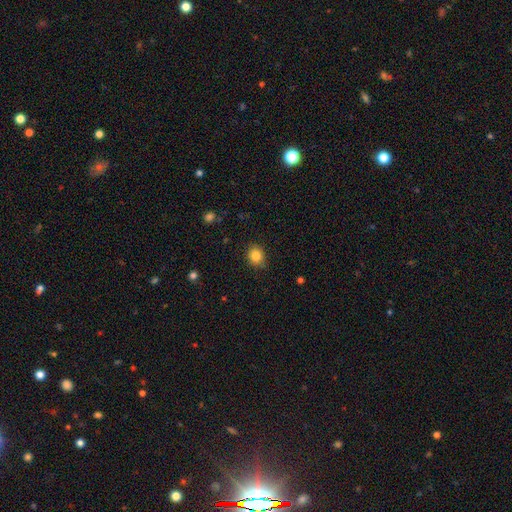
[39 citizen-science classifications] smooth-or-featured: smooth: 87% | star or artifact: 8% | featured or disk: 5%
  how-rounded: round: 65% | in between: 35% | cigar-shaped: 0%
  merging: none: 69% | minor disturbance: 25% | major disturbance: 3% | merger: 3%